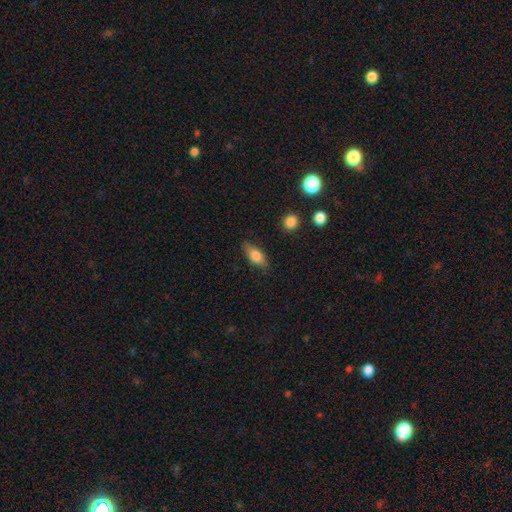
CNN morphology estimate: This is likely a smooth galaxy (75%). How rounded: likely in between (80%). Merging: clearly none (80%).